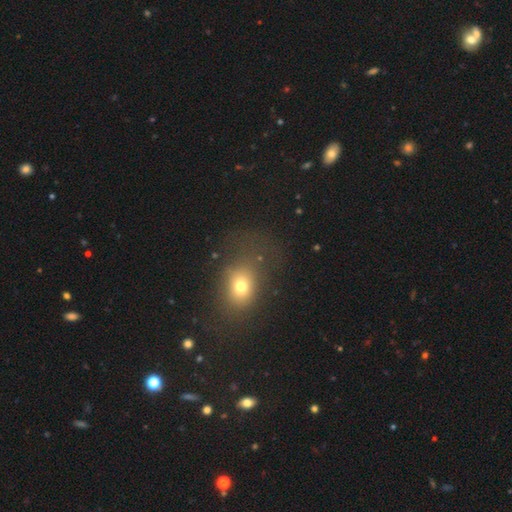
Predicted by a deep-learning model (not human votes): Q: Smooth or featured?
A: smooth (61%); runner-up: star or artifact (27%)
Q: How rounded?
A: in between (53%); runner-up: round (45%)
Q: Merging?
A: none (69%); runner-up: minor disturbance (17%)